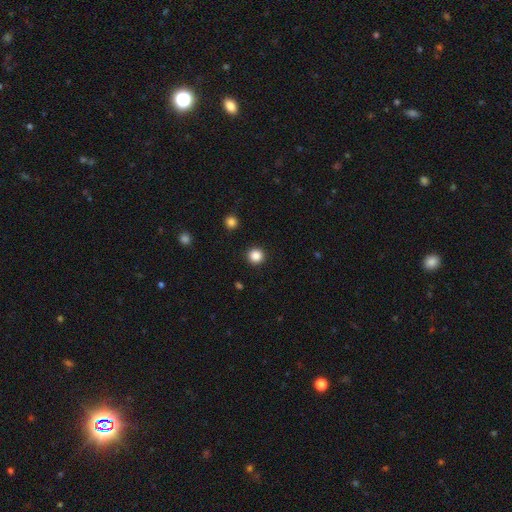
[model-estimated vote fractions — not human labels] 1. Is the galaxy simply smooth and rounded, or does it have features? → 86% smooth, 11% star or artifact, 3% featured or disk.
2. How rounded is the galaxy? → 95% round, 4% in between, 1% cigar-shaped.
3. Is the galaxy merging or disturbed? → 93% none, 4% minor disturbance, 2% major disturbance, 1% merger.